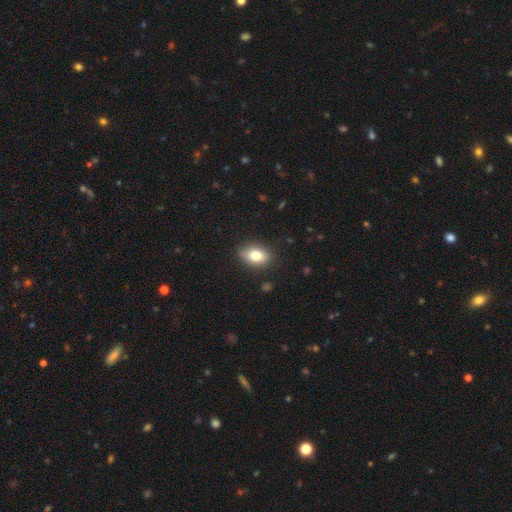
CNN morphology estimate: Smooth or featured: smooth — 81% (featured or disk — 10%)
How rounded: in between — 81% (round — 17%)
Merging: none — 84% (minor disturbance — 12%)